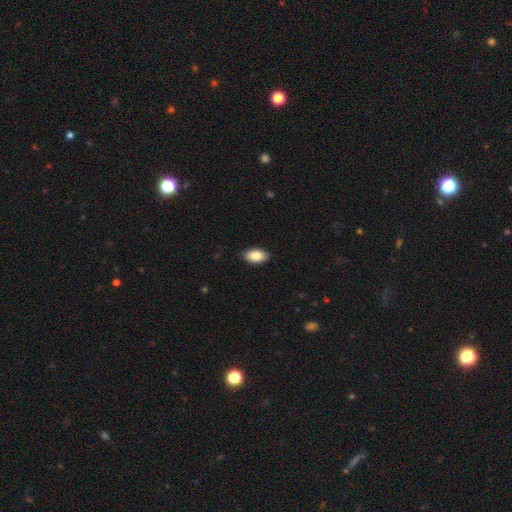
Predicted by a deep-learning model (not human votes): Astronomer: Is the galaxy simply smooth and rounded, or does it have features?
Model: smooth — 87%.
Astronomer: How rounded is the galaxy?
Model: in between — 93%.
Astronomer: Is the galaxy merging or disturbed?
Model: none — 89%.